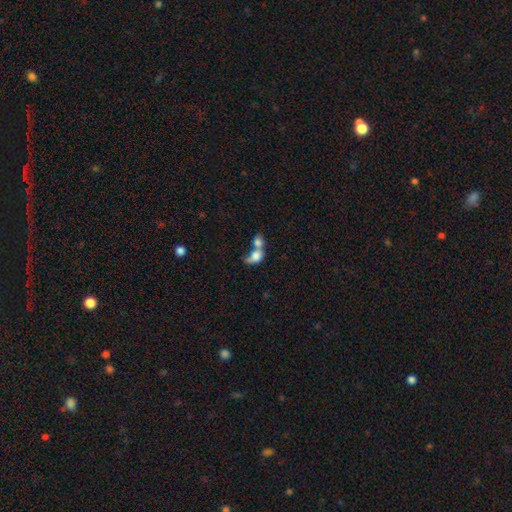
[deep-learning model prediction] Q: Smooth or featured?
A: smooth (72%); runner-up: featured or disk (19%)
Q: How rounded?
A: in between (62%); runner-up: round (35%)
Q: Merging?
A: merger (74%); runner-up: none (11%)